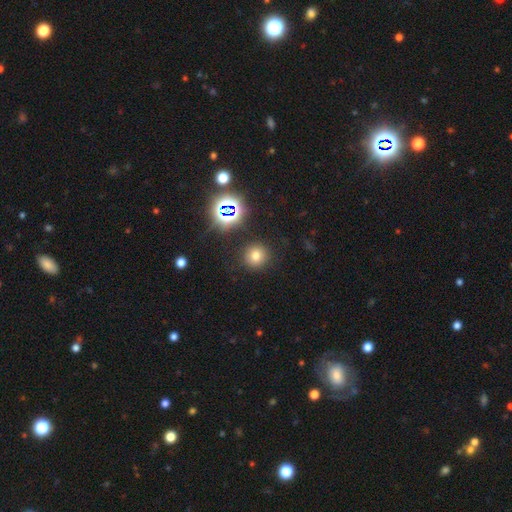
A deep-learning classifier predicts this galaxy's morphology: Overall: smooth (69%). How rounded: round (93%). Merging: none (89%).